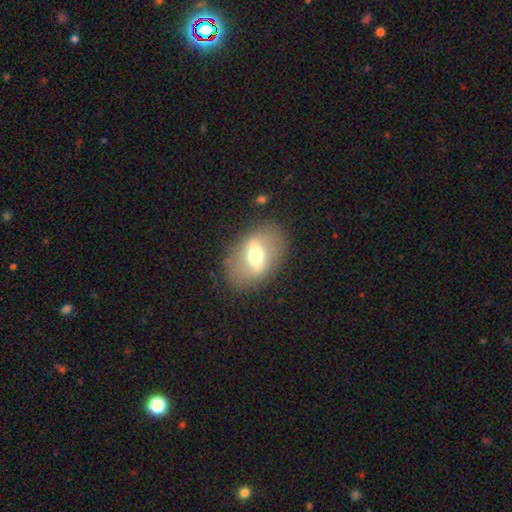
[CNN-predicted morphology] This is possibly a featured or disk galaxy (51%). It is clearly not viewed edge-on (80%). Merging: likely none (80%).